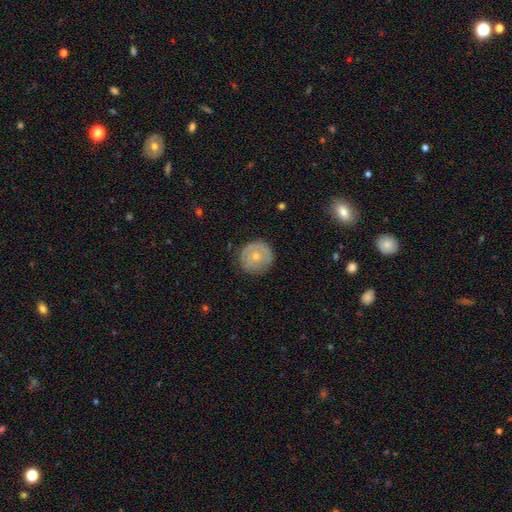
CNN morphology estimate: Smooth or featured? Predicted: featured or disk (p=0.50). Merging? Predicted: none (p=0.80).